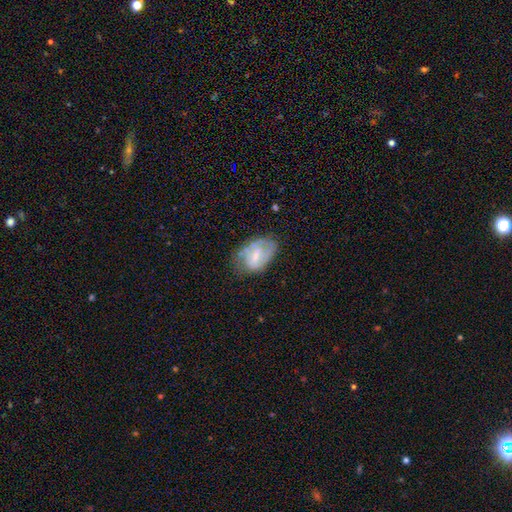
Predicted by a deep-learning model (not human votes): The model was most divided on "smooth or featured": featured or disk: 50%, smooth: 42%, star or artifact: 8%. Remaining: edge-on disk — no (96%); merging — none (46%).